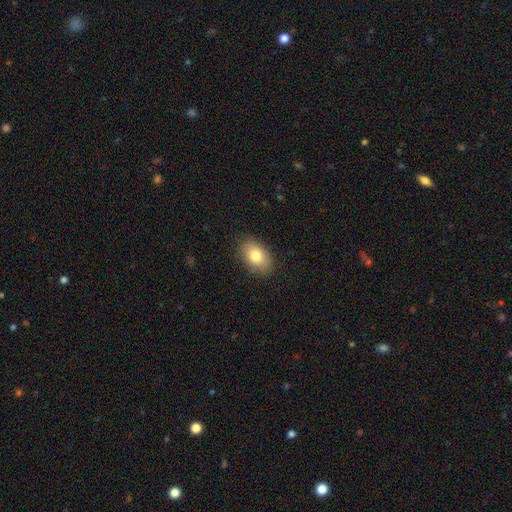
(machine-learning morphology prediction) smooth 80%, featured or disk 12%, star or artifact 8%. Down the decision tree: how rounded — in between (88%); merging — none (86%).